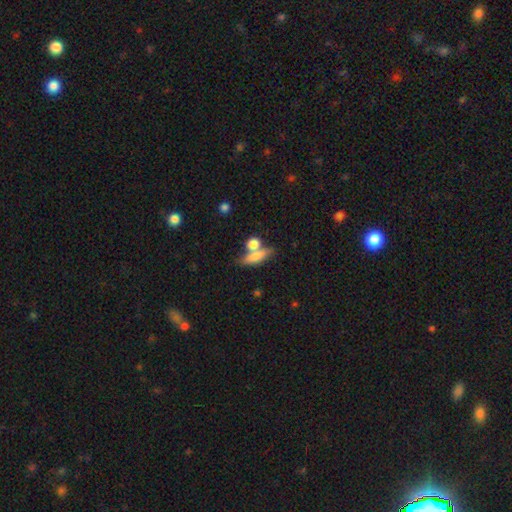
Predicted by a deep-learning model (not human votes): The model was most divided on "how rounded": in between: 46%, cigar-shaped: 43%, round: 10%. Remaining: smooth or featured — smooth (70%); merging — none (50%).